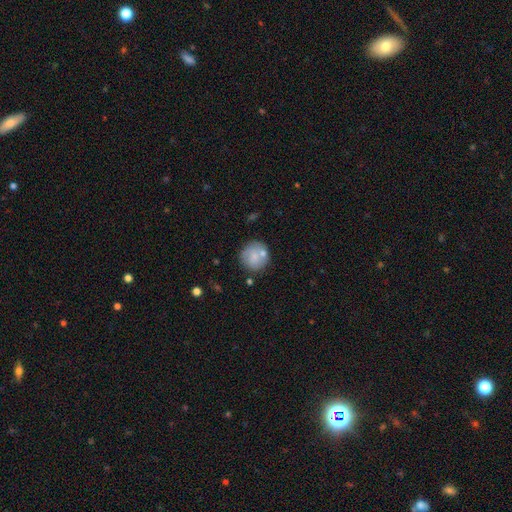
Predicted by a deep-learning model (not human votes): Smooth or featured? Predicted: smooth (p=0.72). How rounded? Predicted: round (p=0.93). Merging? Predicted: none (p=0.70).